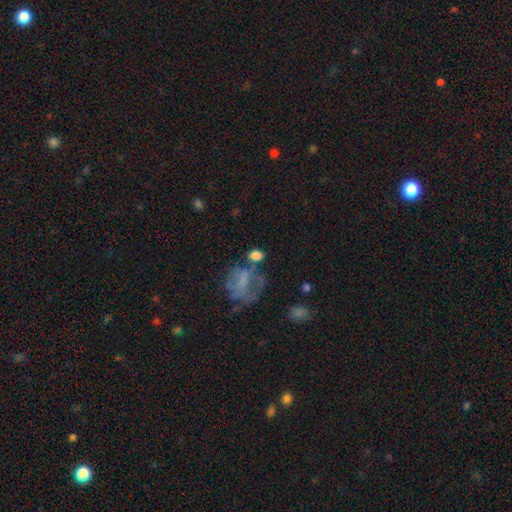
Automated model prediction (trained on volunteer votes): Smooth or featured? smooth (69%)
How rounded? in between (50%)
Merging? none (55%)